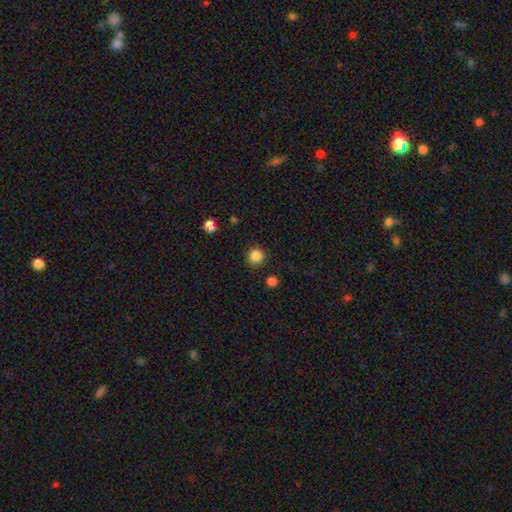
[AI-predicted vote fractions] A smooth galaxy with no disk features (86%) that is round (93%). Merging: none (90%).